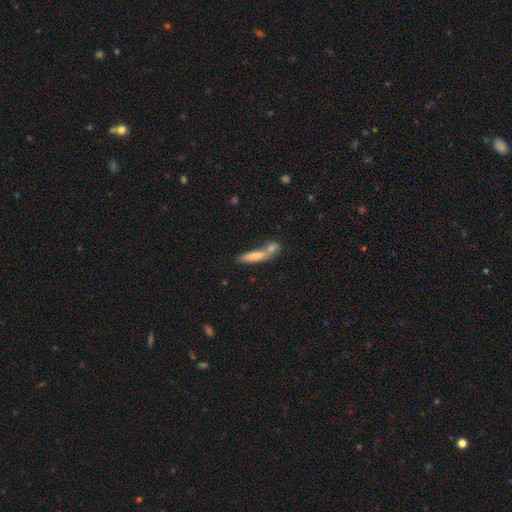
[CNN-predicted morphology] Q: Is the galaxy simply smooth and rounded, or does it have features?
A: smooth — 70%.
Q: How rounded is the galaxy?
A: cigar-shaped — 79%.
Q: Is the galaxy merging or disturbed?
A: merger — 46%.